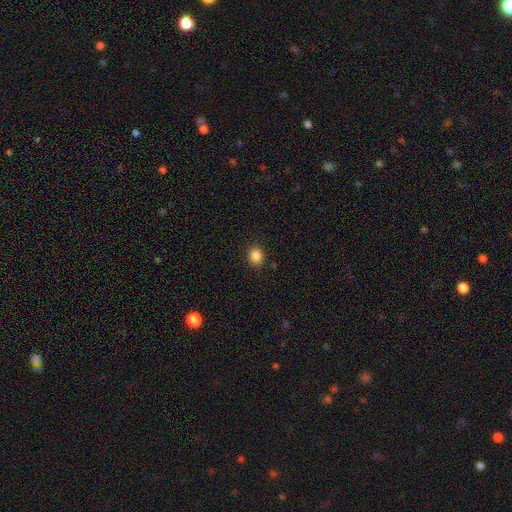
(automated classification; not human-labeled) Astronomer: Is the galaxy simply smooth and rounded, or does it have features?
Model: smooth — 86%.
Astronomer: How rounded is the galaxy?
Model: round — 60% (runner-up: in between, 39%).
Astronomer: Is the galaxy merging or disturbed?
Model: none — 88%.